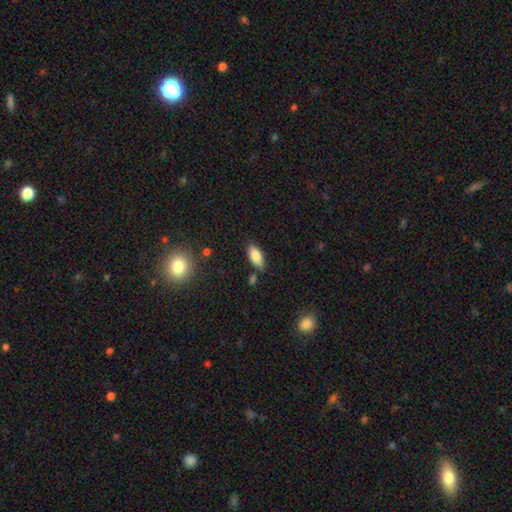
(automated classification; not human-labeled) A smooth galaxy with no disk features (83%) that is in between round and cigar-shaped (86%).

Vote fractions:
- Smooth or featured? smooth: 83% / featured or disk: 10% / star or artifact: 8%
- How rounded? in between: 86% / cigar-shaped: 12% / round: 2%
- Merging? none: 77% / minor disturbance: 15% / merger: 5% / major disturbance: 3%